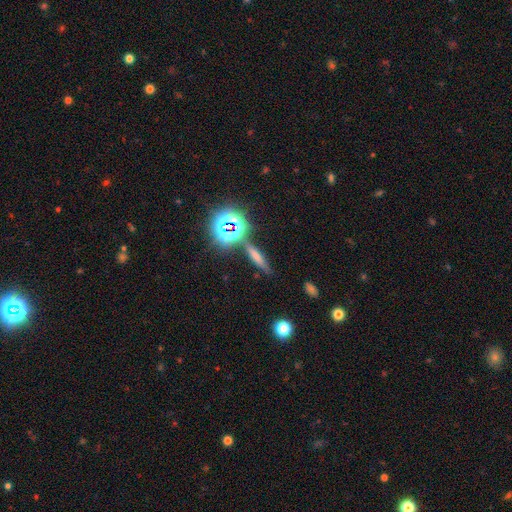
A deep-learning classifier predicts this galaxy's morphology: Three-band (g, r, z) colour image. It shows a smooth galaxy with no disk features (54%) that is cigar-shaped (76%). Merging: none (75%).